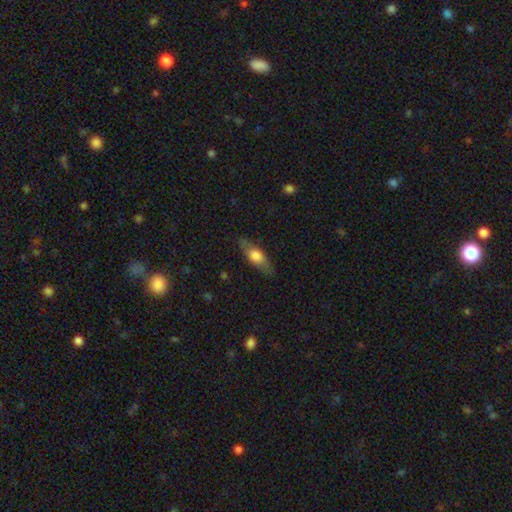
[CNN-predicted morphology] The model was most divided on "how rounded": in between: 57%, cigar-shaped: 39%, round: 4%. More confident: merging — none (82%); smooth or featured — smooth (59%).